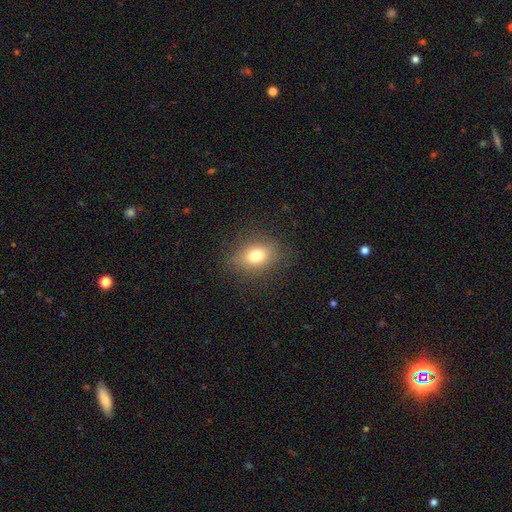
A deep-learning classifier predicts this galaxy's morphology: Smooth or featured? smooth (77%)
How rounded? in between (64%)
Merging? none (85%)